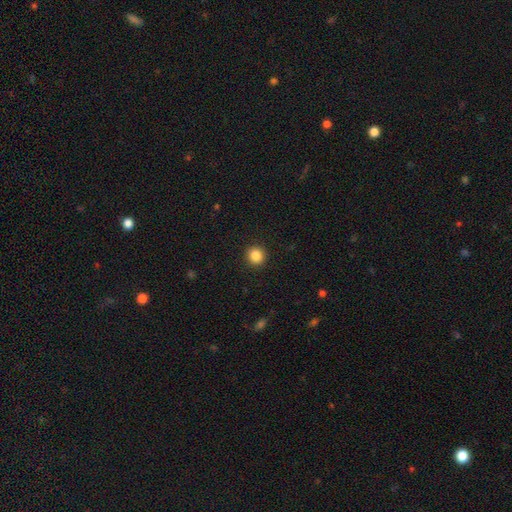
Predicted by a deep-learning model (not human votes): Smooth or featured? smooth (86%)
How rounded? round (93%)
Merging? none (93%)